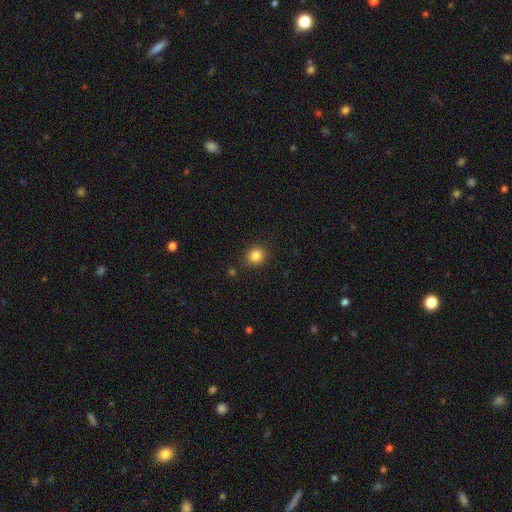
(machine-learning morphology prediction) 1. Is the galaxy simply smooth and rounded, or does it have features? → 84% smooth, 11% star or artifact, 5% featured or disk.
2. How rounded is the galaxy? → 83% round, 16% in between, 1% cigar-shaped.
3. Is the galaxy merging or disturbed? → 88% none, 8% minor disturbance, 2% major disturbance, 2% merger.